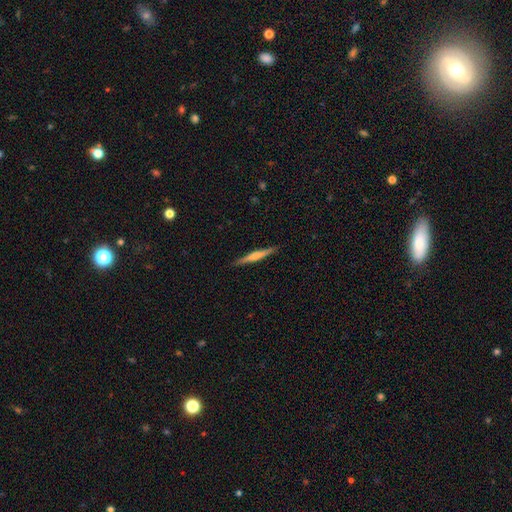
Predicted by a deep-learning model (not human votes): This appears to be a featured or disk galaxy (52%) viewed edge-on (98%) with a rounded central bulge (50%). Merging: none (90%).